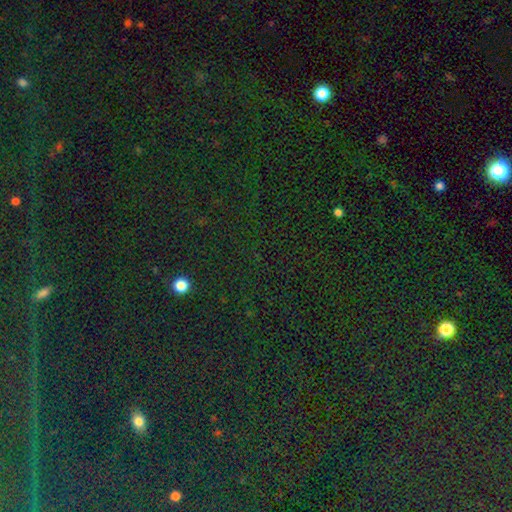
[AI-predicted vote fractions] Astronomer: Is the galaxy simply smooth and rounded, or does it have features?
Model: star or artifact — 81%.